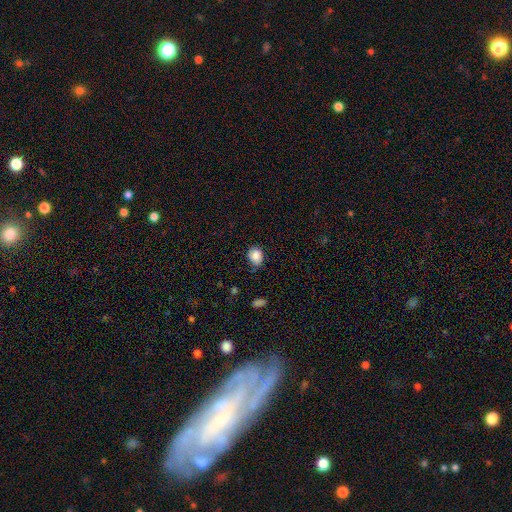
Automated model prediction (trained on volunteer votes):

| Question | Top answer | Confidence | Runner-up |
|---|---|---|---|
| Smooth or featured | smooth | 84% | star or artifact (9%) |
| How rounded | round | 53% | in between (46%) |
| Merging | none | 71% | minor disturbance (23%) |